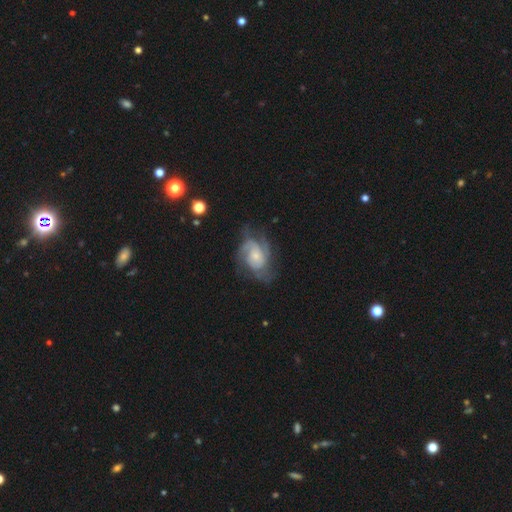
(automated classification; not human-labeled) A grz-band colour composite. It shows a featured or disk galaxy (81%) with no bar (69%), 2 (34%) medium (44%) spiral arms (93%) and a small central bulge (54%). Merging: none (57%).